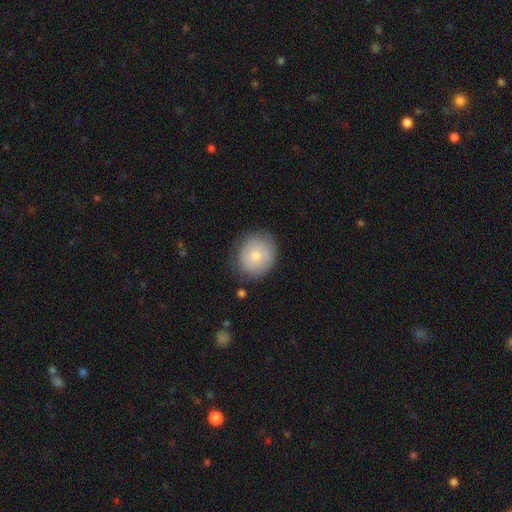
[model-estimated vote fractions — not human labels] Smooth or featured? Predicted: smooth (p=0.72). How rounded? Predicted: round (p=0.70). Merging? Predicted: none (p=0.77).